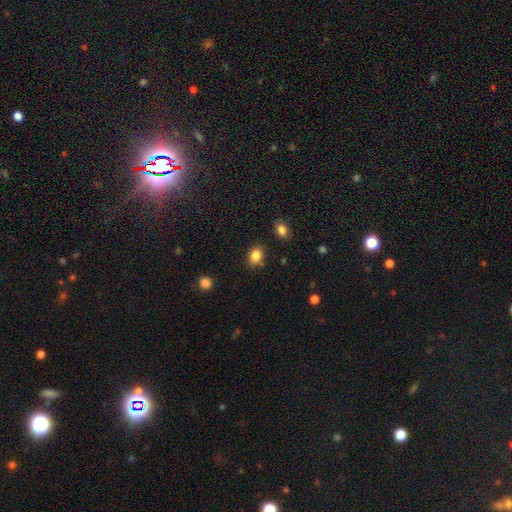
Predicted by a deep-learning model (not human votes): The model was most divided on "how rounded": in between: 64%, round: 35%, cigar-shaped: 1%. More confident: smooth or featured — smooth (84%); merging — none (80%).